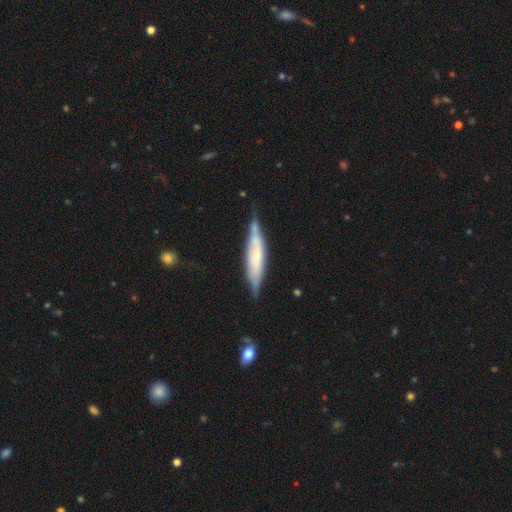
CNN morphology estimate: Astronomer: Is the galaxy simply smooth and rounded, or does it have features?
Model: featured or disk — 48% (runner-up: smooth, 45%).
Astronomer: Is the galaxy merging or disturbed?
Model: none — 62%.